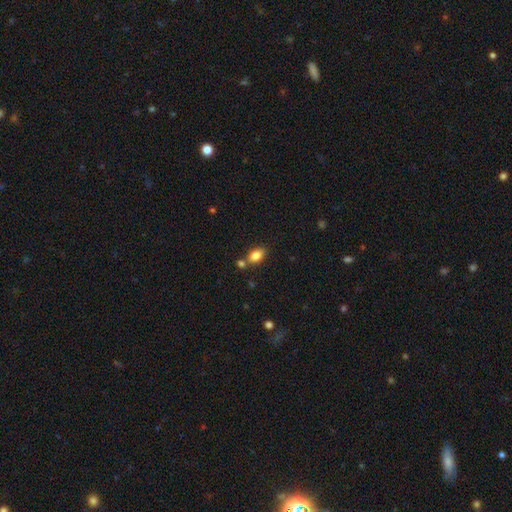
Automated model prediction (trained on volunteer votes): Smooth or featured? Predicted: smooth (p=0.83). How rounded? Predicted: in between (p=0.85). Merging? Predicted: none (p=0.68).